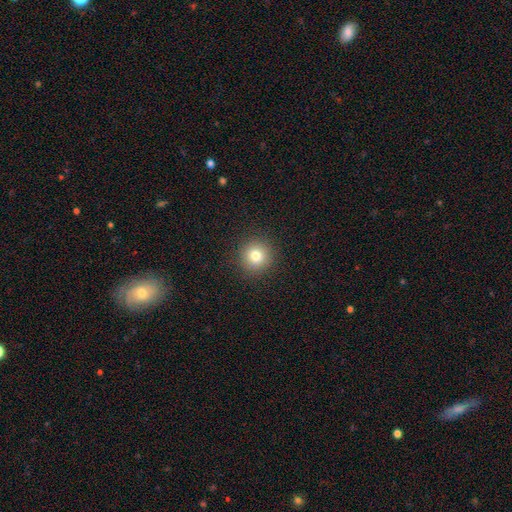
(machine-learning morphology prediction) Overall: smooth (80%). How rounded: round (94%). Merging: none (92%).